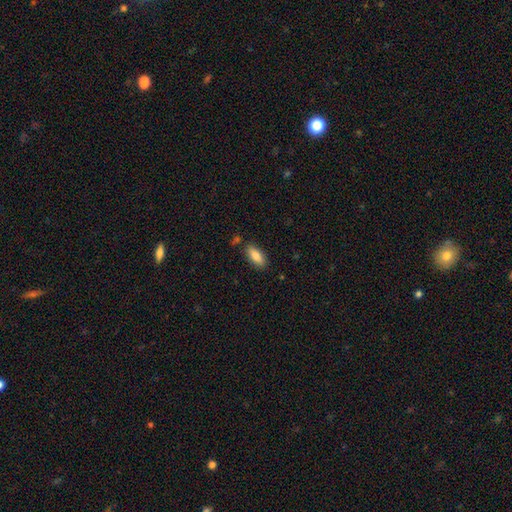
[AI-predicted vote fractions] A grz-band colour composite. It shows a smooth galaxy with no disk features (84%) that is in between round and cigar-shaped (82%). Merging: none (84%).